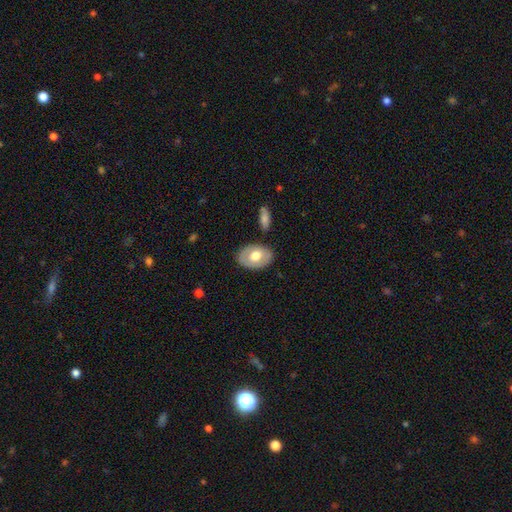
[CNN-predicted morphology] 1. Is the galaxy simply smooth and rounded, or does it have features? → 55% smooth, 40% featured or disk, 5% star or artifact.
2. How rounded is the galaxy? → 80% in between, 19% round, 1% cigar-shaped.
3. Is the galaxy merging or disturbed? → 81% none, 13% minor disturbance, 3% major disturbance, 3% merger.